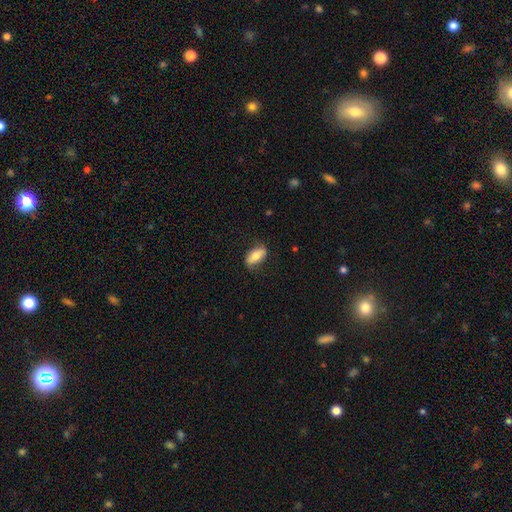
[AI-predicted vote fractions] A smooth galaxy with no disk features (70%) that is in between round and cigar-shaped (82%). Merging: none (77%).